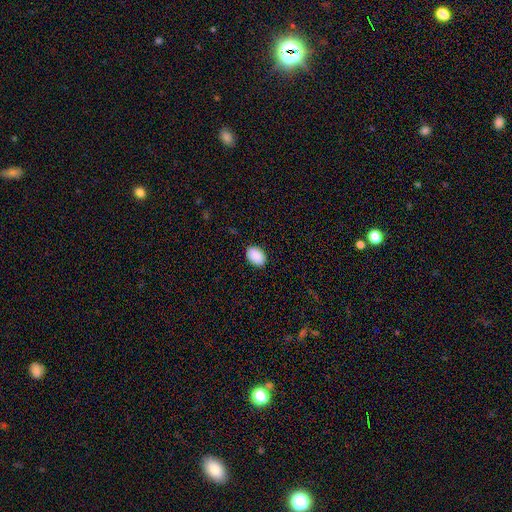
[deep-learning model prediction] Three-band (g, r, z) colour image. It shows a smooth galaxy with no disk features (91%) that is in between round and cigar-shaped (88%). Merging: none (89%).